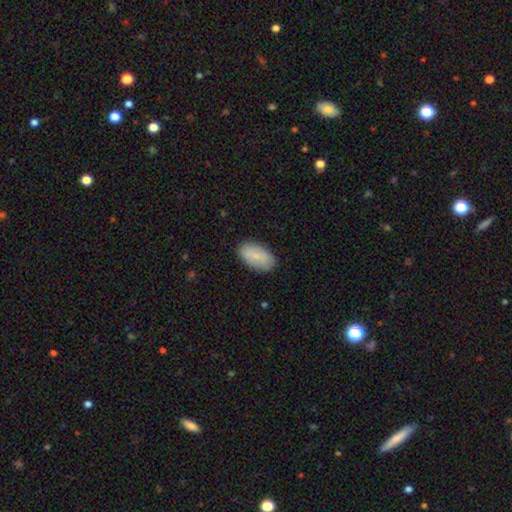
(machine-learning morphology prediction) Smooth or featured? smooth (83%)
How rounded? in between (95%)
Merging? none (86%)